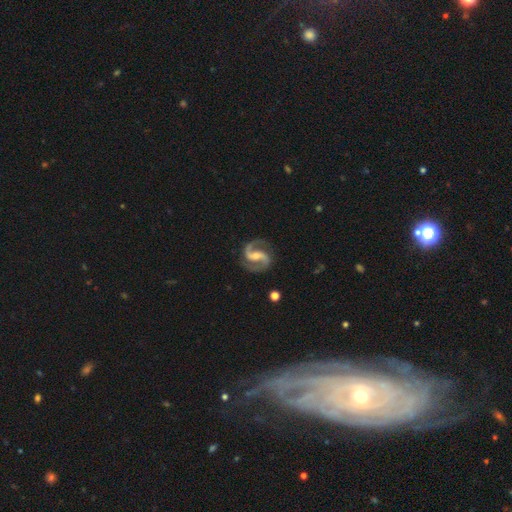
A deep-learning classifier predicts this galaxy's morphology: This appears to be a featured or disk galaxy (94%) with a weak bar (39%), 2 (95%) medium (65%) spiral arms (99%) and a moderate central bulge (47%). Merging: none (84%).